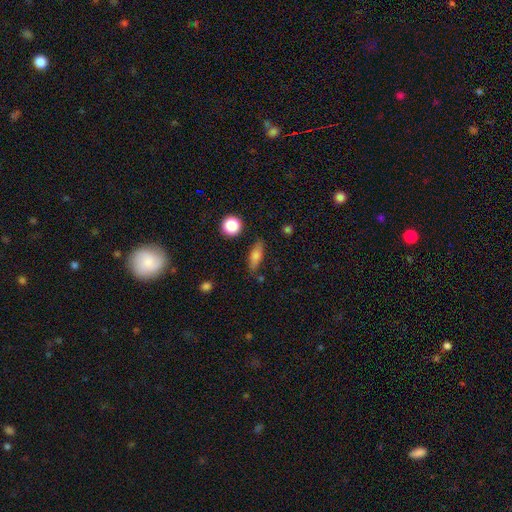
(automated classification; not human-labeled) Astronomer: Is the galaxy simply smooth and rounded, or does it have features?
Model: smooth — 73%.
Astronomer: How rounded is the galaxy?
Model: in between — 59% (runner-up: cigar-shaped, 35%).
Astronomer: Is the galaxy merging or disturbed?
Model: none — 77%.